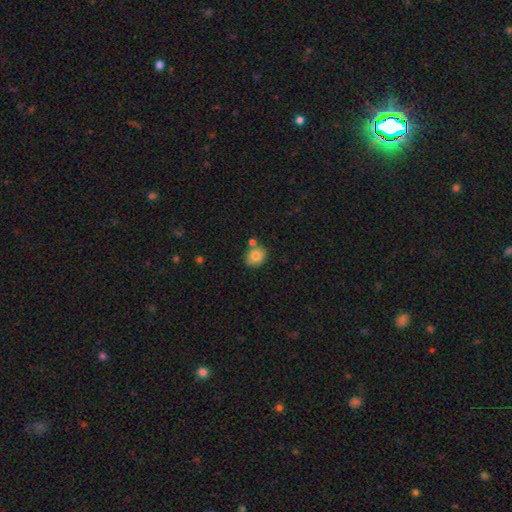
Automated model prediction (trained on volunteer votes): smooth-or-featured: smooth: 79% | featured or disk: 11% | star or artifact: 9%
  how-rounded: round: 65% | in between: 35% | cigar-shaped: 1%
  merging: none: 71% | merger: 14% | minor disturbance: 13% | major disturbance: 3%